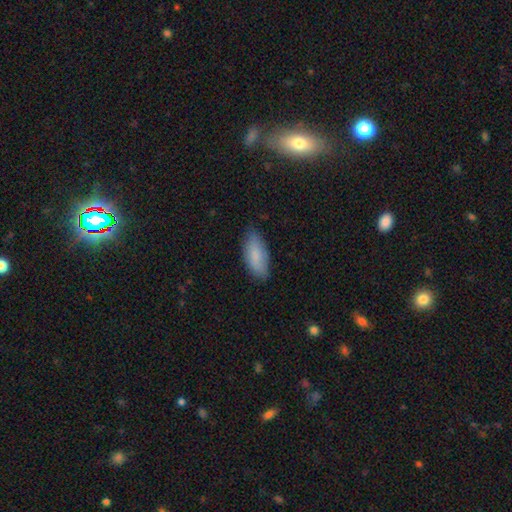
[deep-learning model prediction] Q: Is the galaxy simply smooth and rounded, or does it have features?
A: smooth — 83%.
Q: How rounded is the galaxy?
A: in between — 84%.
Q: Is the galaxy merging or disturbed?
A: none — 77%.